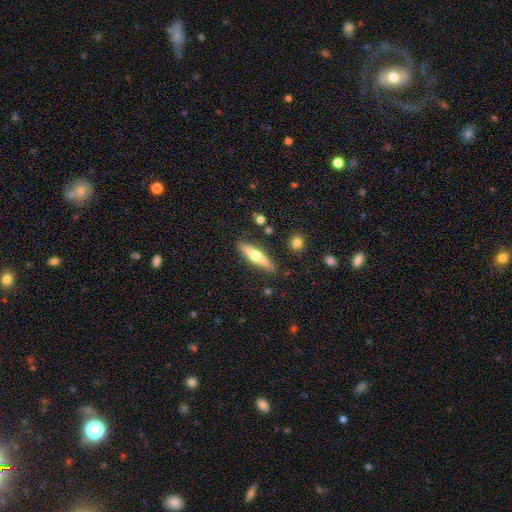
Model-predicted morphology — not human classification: This appears to be a featured or disk galaxy (50%) viewed edge-on (93%). Merging: none (87%).